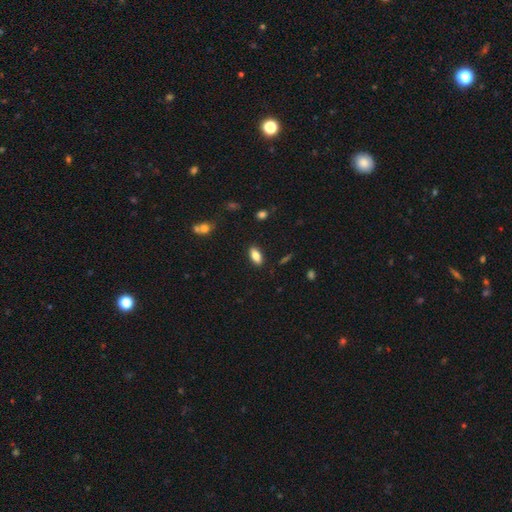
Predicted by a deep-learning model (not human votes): Smooth or featured? Predicted: smooth (p=0.80). How rounded? Predicted: in between (p=0.88). Merging? Predicted: none (p=0.87).